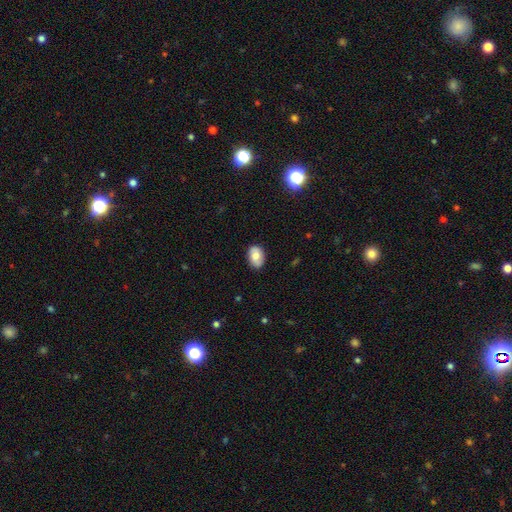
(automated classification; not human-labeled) Overall: smooth (73%). How rounded: in between (86%). Merging: none (84%).